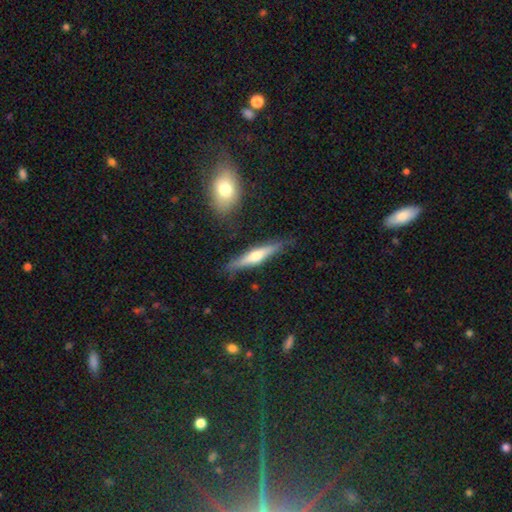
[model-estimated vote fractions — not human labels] Smooth or featured?
  - featured or disk: 54% *
  - smooth: 40%
  - star or artifact: 6%
Edge-on disk?
  - yes: 93% *
  - no: 7%
Edge-on bulge?
  - rounded: 87% *
  - none: 7%
  - boxy: 5%
Merging?
  - none: 82% *
  - minor disturbance: 13%
  - major disturbance: 3%
  - merger: 3%